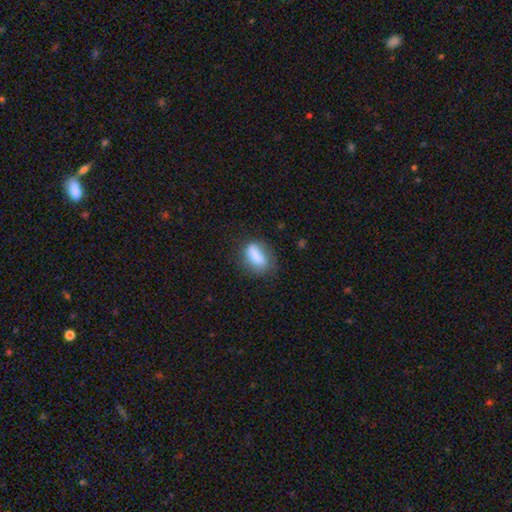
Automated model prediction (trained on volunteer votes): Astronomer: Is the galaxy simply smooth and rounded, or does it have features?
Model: smooth — 77%.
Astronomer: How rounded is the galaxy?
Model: in between — 78%.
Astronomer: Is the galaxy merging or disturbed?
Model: none — 59%.